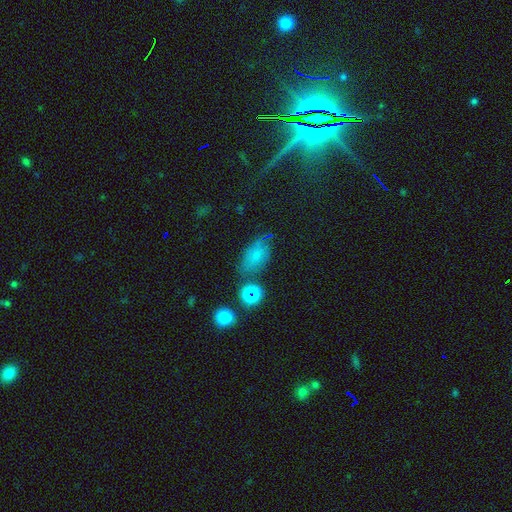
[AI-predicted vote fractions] Smooth or featured? smooth (71%)
How rounded? in between (86%)
Merging? none (62%)